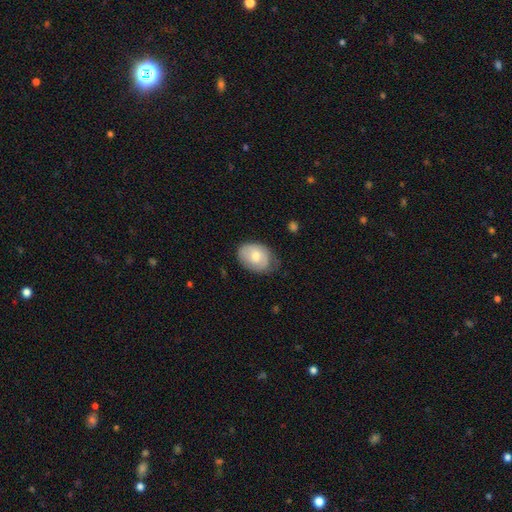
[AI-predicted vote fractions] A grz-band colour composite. It shows a smooth galaxy with no disk features (63%) that is in between round and cigar-shaped (72%). Merging: none (64%).